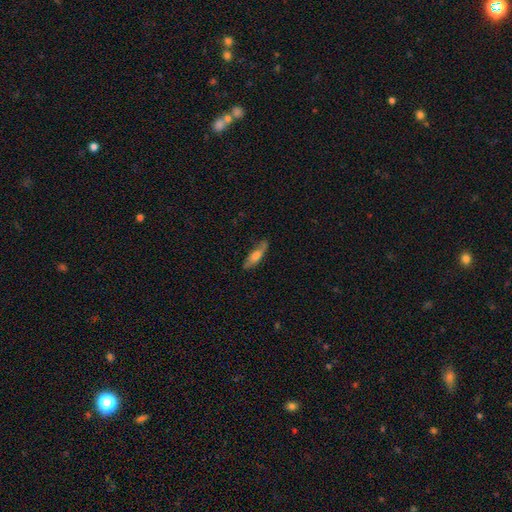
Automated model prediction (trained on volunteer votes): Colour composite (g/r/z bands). It shows a smooth galaxy with no disk features (55%) that is cigar-shaped (57%). Merging: none (71%).